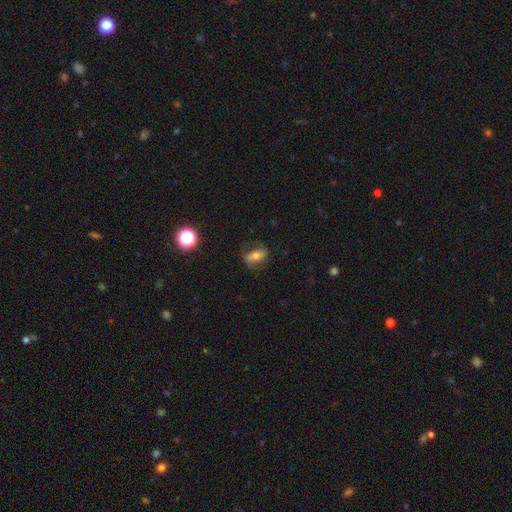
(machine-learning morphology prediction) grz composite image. It shows a smooth galaxy with no disk features (50%). Merging: none (69%).